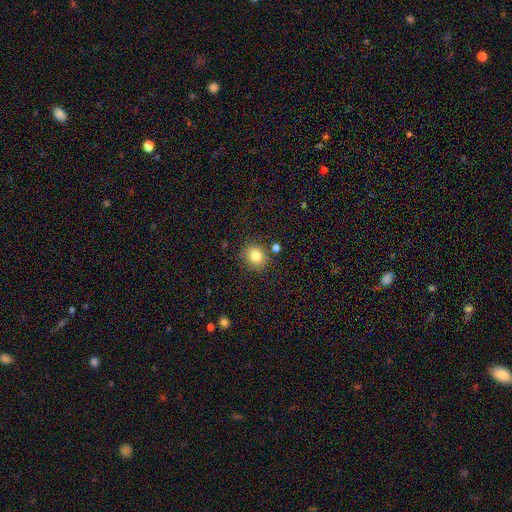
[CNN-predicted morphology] The model was most divided on "how rounded": round: 85%, in between: 14%, cigar-shaped: 1%. More confident: merging — none (82%); smooth or featured — smooth (82%).